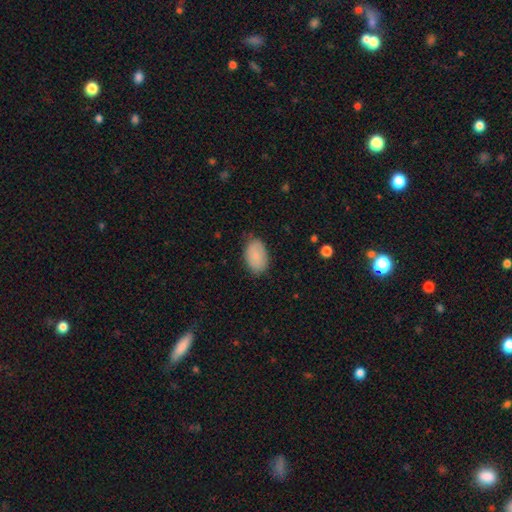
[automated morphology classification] type=smooth (85%); roundness=in between (91%); merging=none (79%).